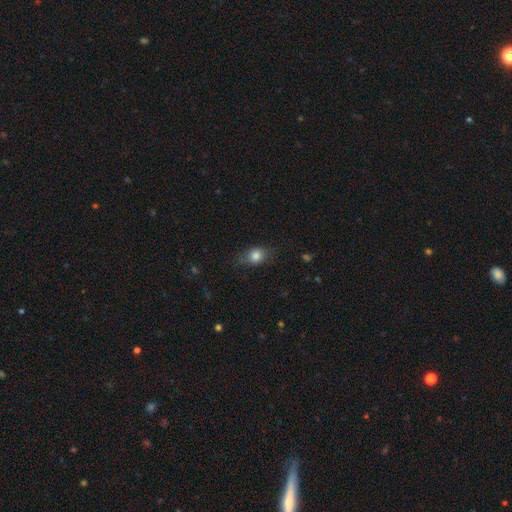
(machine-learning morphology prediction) Smooth or featured?
  - smooth: 81% *
  - star or artifact: 10%
  - featured or disk: 10%
How rounded?
  - in between: 53% *
  - round: 45%
  - cigar-shaped: 2%
Merging?
  - none: 72% *
  - minor disturbance: 21%
  - major disturbance: 6%
  - merger: 1%